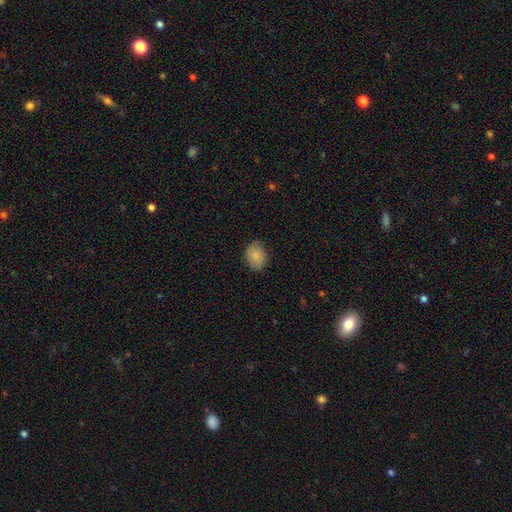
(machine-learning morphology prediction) Smooth or featured?
  - smooth: 84% *
  - featured or disk: 8%
  - star or artifact: 7%
How rounded?
  - in between: 61% *
  - round: 38%
  - cigar-shaped: 1%
Merging?
  - none: 79% *
  - minor disturbance: 16%
  - major disturbance: 3%
  - merger: 1%